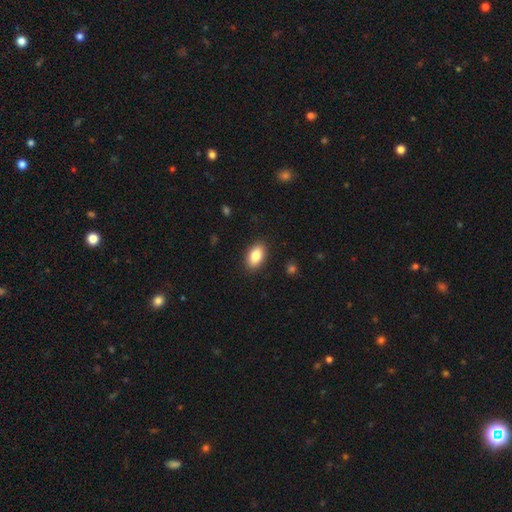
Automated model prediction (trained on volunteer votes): A smooth galaxy with no disk features (85%) that is in between round and cigar-shaped (92%). Merging: none (89%).